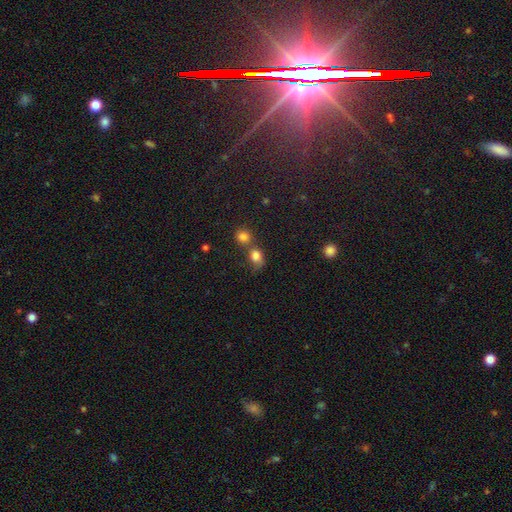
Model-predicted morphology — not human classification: type=smooth (79%); roundness=in between (51%); merging=merger (44%).